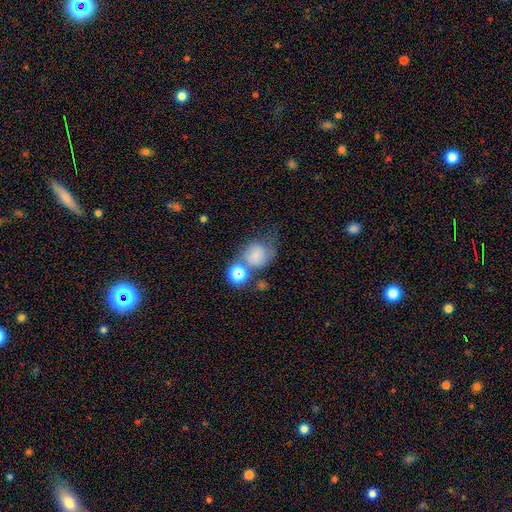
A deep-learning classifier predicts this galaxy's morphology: Q: Smooth or featured?
A: smooth (67%); runner-up: featured or disk (18%)
Q: How rounded?
A: round (68%); runner-up: in between (31%)
Q: Merging?
A: none (40%); runner-up: merger (24%)